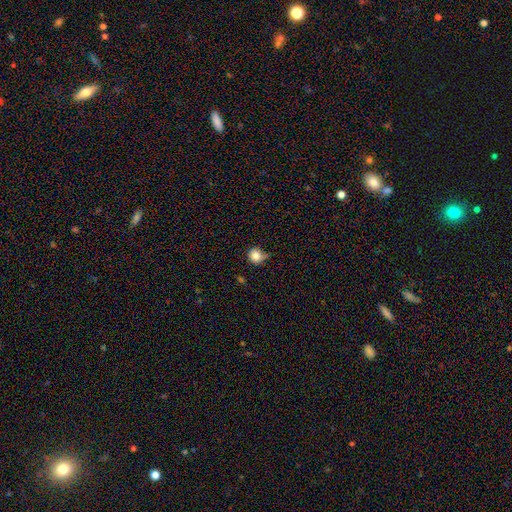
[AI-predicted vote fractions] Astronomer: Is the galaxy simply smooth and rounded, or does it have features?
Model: smooth — 82%.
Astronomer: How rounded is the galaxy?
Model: round — 91%.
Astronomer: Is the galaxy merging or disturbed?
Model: none — 60%.